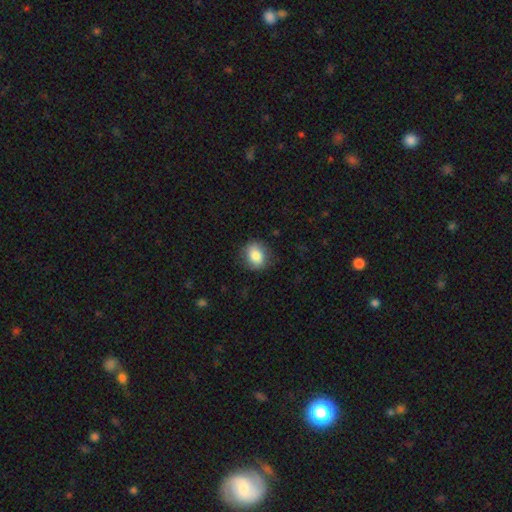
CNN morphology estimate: A smooth galaxy with no disk features (82%) that is round (51%).

Vote fractions:
- Smooth or featured? smooth: 82% / featured or disk: 10% / star or artifact: 8%
- How rounded? round: 51% / in between: 48% / cigar-shaped: 1%
- Merging? none: 82% / minor disturbance: 13% / major disturbance: 4% / merger: 1%